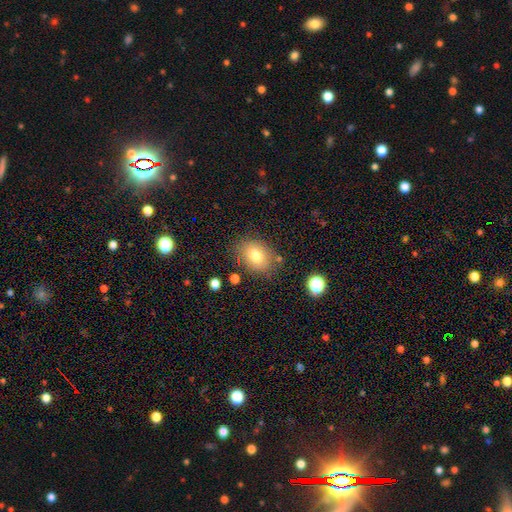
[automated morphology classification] Q: Smooth or featured?
A: smooth (77%); runner-up: featured or disk (13%)
Q: How rounded?
A: in between (68%); runner-up: round (31%)
Q: Merging?
A: none (78%); runner-up: minor disturbance (14%)